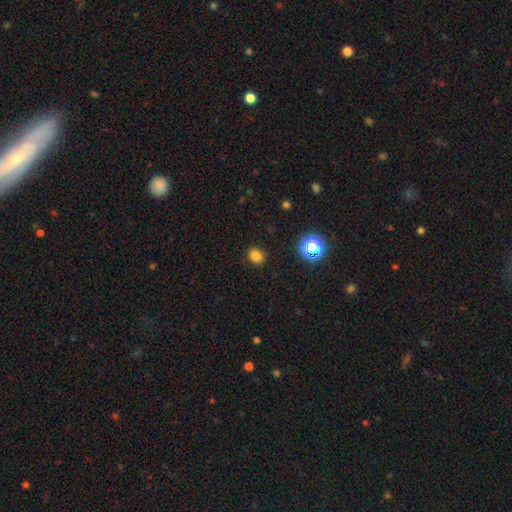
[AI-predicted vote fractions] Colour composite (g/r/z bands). It shows a smooth galaxy with no disk features (81%) that is round (68%). Merging: none (89%).